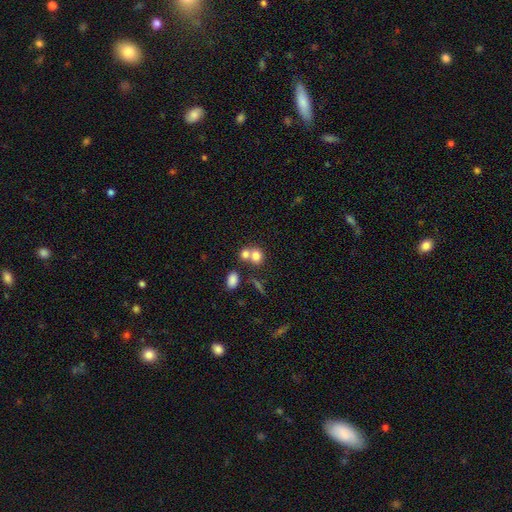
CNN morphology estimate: smooth_or_featured: smooth (p=0.76) [alt: featured or disk p=0.13]
how_rounded: round (p=0.67) [alt: in between p=0.32]
merging: merger (p=0.51) [alt: none p=0.38]